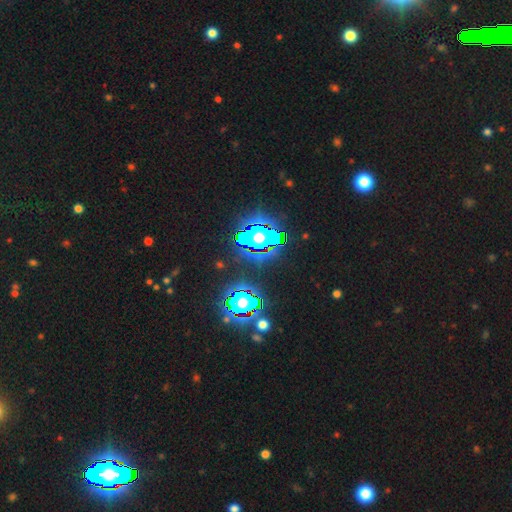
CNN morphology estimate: The model was most divided on "smooth or featured": star or artifact: 83%, smooth: 9%, featured or disk: 7%.